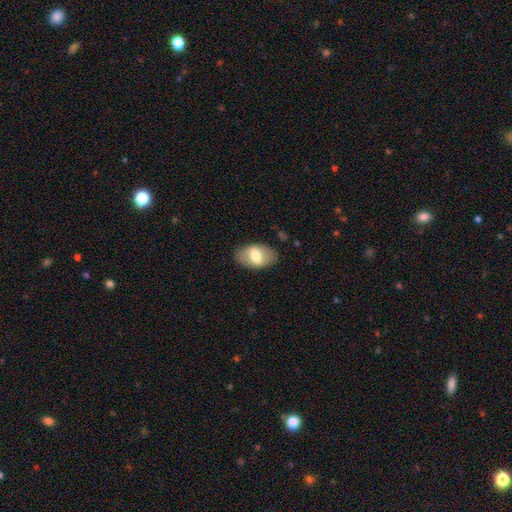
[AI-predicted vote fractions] Q: Smooth or featured?
A: smooth (58%); runner-up: featured or disk (36%)
Q: How rounded?
A: in between (90%); runner-up: round (8%)
Q: Merging?
A: none (83%); runner-up: minor disturbance (12%)